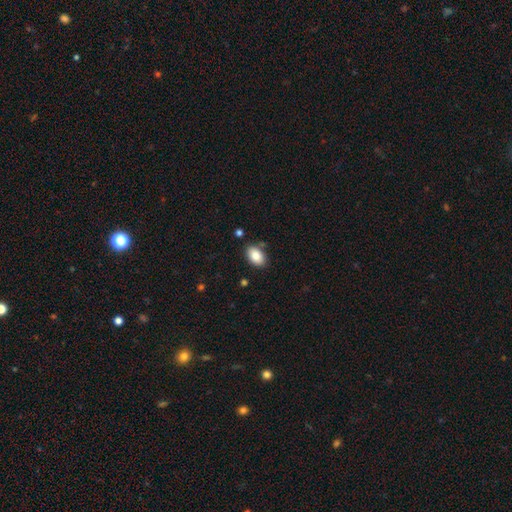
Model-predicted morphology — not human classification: The model was most divided on "merging": none: 82%, minor disturbance: 11%, merger: 4%, major disturbance: 3%. More confident: how rounded — in between (90%); smooth or featured — smooth (86%).